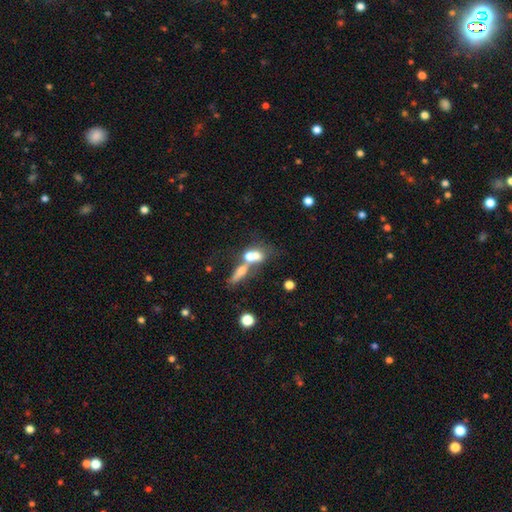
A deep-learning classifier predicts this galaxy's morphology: Smooth or featured?
  - smooth: 59% *
  - featured or disk: 28%
  - star or artifact: 13%
How rounded?
  - in between: 45% *
  - round: 41%
  - cigar-shaped: 14%
Merging?
  - merger: 63% *
  - none: 22%
  - major disturbance: 8%
  - minor disturbance: 7%